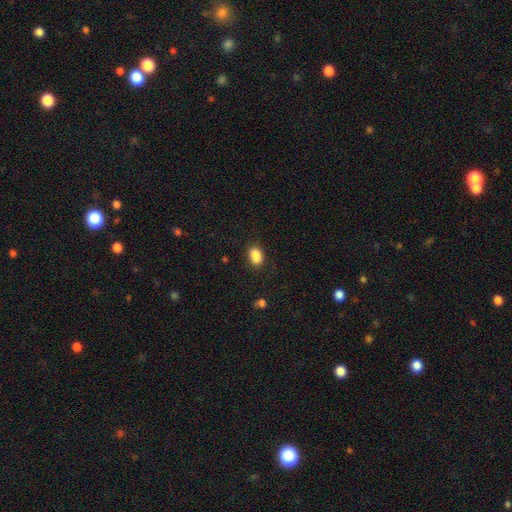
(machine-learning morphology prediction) Overall: smooth (86%). How rounded: in between (81%). Merging: none (71%).